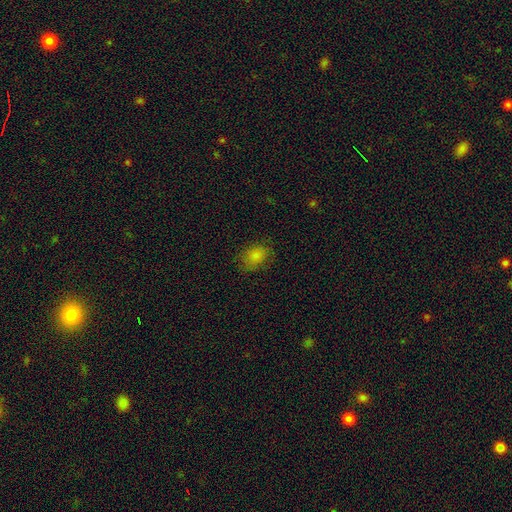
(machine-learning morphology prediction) Smooth or featured? Predicted: smooth (p=0.82). How rounded? Predicted: in between (p=0.63). Merging? Predicted: none (p=0.74).